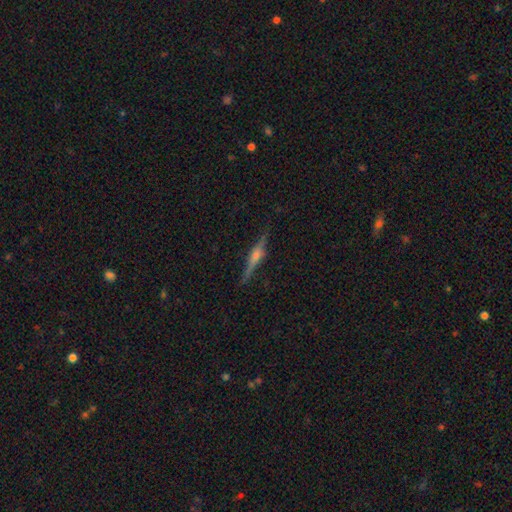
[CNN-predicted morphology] Smooth or featured?
  - featured or disk: 77% *
  - smooth: 15%
  - star or artifact: 8%
Edge-on disk?
  - yes: 97% *
  - no: 3%
Edge-on bulge?
  - rounded: 76% *
  - boxy: 17%
  - none: 7%
Merging?
  - none: 86% *
  - minor disturbance: 10%
  - major disturbance: 2%
  - merger: 1%